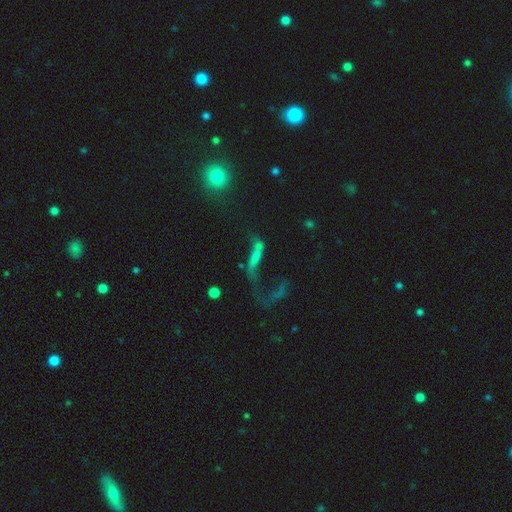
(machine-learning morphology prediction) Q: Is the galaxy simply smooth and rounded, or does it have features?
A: featured or disk — 44%.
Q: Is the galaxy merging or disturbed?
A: major disturbance — 40%.